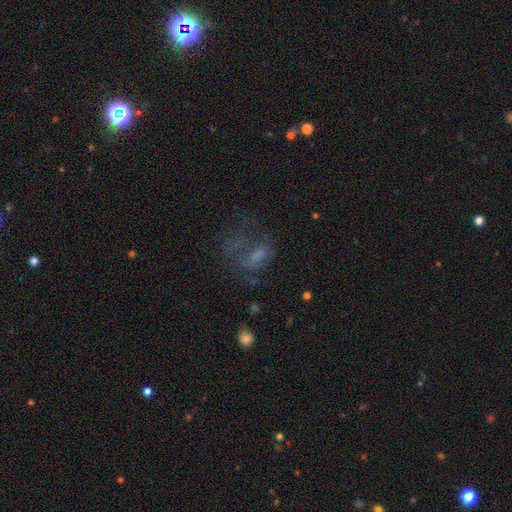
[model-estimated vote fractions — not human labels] Smooth or featured? Predicted: smooth (p=0.41). Merging? Predicted: major disturbance (p=0.51).